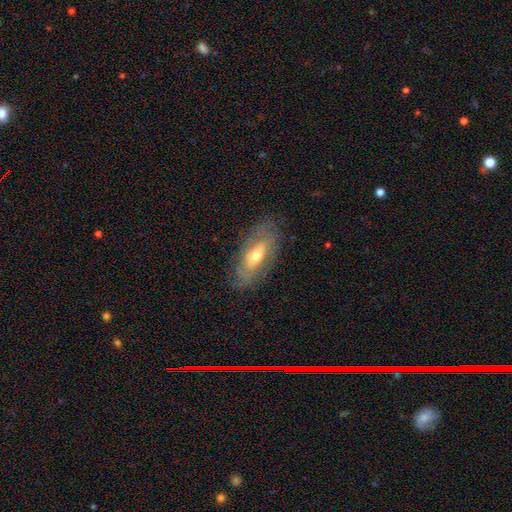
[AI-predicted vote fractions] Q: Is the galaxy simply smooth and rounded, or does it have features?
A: featured or disk — 51%.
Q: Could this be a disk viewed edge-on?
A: no — 77%.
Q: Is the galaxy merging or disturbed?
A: none — 77%.